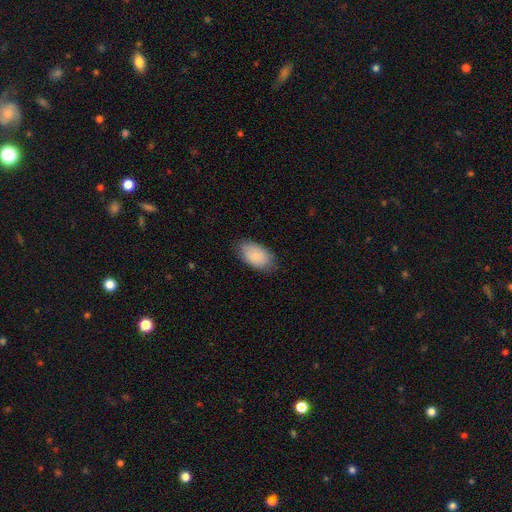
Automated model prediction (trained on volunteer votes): The model was most divided on "merging": none: 80%, minor disturbance: 16%, major disturbance: 3%, merger: 1%. More confident: how rounded — in between (94%); smooth or featured — smooth (86%).